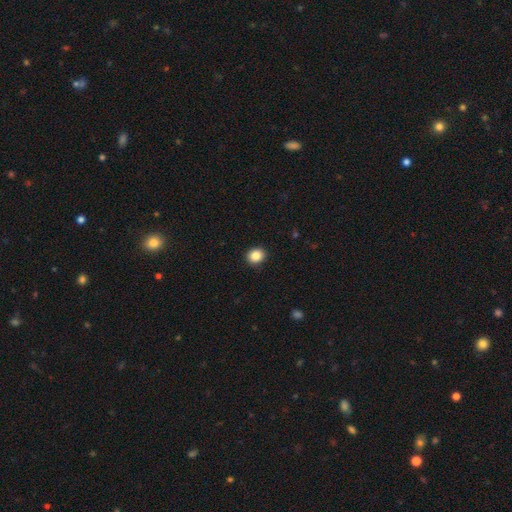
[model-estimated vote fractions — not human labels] Q: Smooth or featured?
A: smooth (86%); runner-up: star or artifact (10%)
Q: How rounded?
A: round (73%); runner-up: in between (26%)
Q: Merging?
A: none (91%); runner-up: minor disturbance (6%)